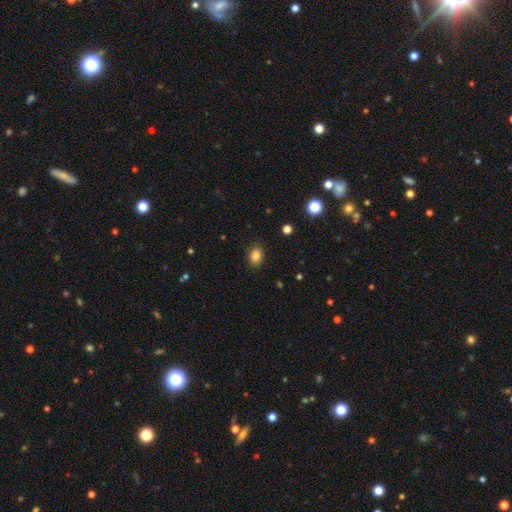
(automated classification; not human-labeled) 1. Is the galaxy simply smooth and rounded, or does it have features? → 85% smooth, 11% star or artifact, 4% featured or disk.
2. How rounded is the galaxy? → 62% in between, 37% round, 1% cigar-shaped.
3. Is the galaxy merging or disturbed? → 87% none, 9% minor disturbance, 2% major disturbance, 1% merger.